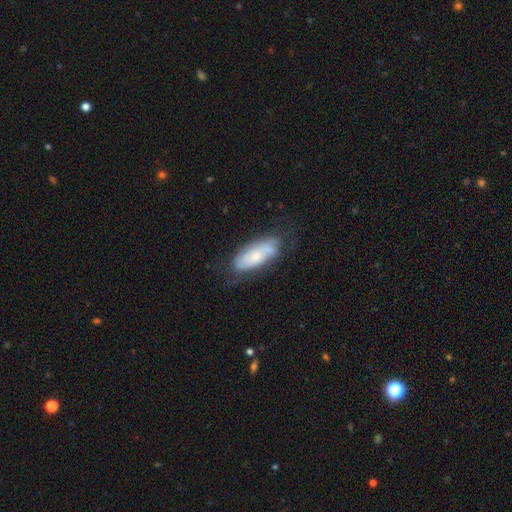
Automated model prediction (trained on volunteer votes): Overall: featured or disk (51%; smooth 42%). Edge-on disk: no (85%). Merging: none (65%).